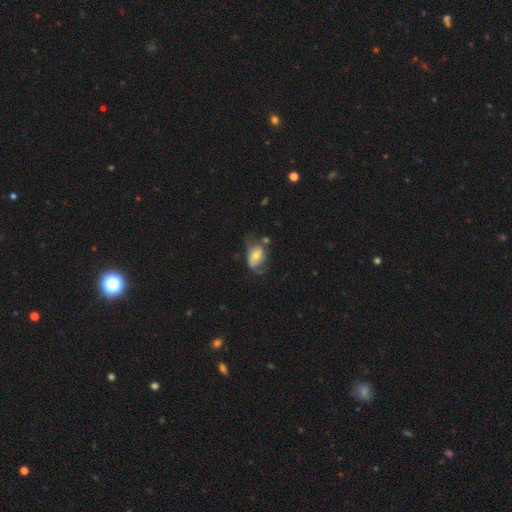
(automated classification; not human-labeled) Q: Smooth or featured?
A: smooth (46%); tied with: featured or disk (46%)
Q: Merging?
A: none (35%); runner-up: minor disturbance (29%)